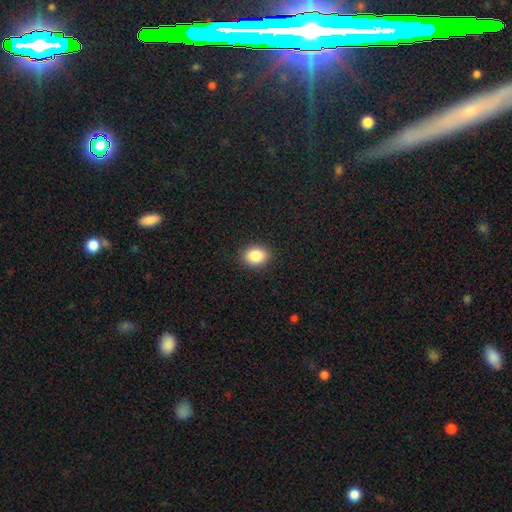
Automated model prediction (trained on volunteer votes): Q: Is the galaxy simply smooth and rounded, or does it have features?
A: smooth — 86%.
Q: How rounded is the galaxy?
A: in between — 58%.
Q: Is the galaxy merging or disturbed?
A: none — 90%.